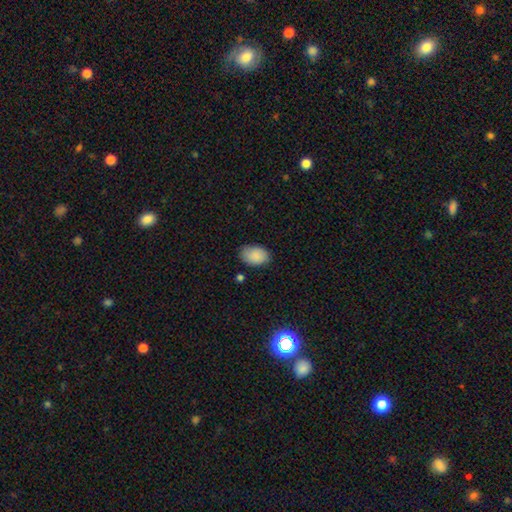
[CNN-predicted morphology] Smooth or featured?
  - smooth: 88% *
  - star or artifact: 7%
  - featured or disk: 5%
How rounded?
  - in between: 85% *
  - round: 14%
  - cigar-shaped: 1%
Merging?
  - none: 78% *
  - minor disturbance: 17%
  - major disturbance: 3%
  - merger: 2%